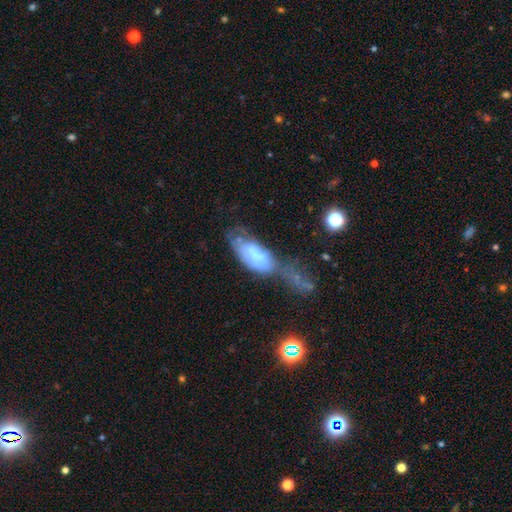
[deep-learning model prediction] A smooth galaxy with no disk features (46%).

Vote fractions:
- Smooth or featured? smooth: 46% / featured or disk: 44% / star or artifact: 10%
- Merging? major disturbance: 36% / merger: 32% / minor disturbance: 17% / none: 15%